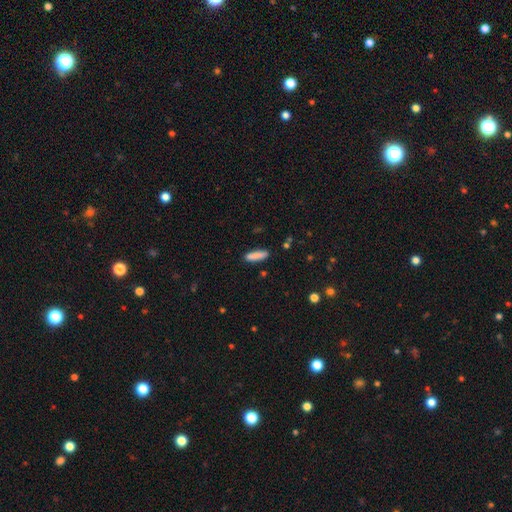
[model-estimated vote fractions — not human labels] Morphology: type=smooth (86%); roundness=cigar-shaped (72%); merging=none (86%).